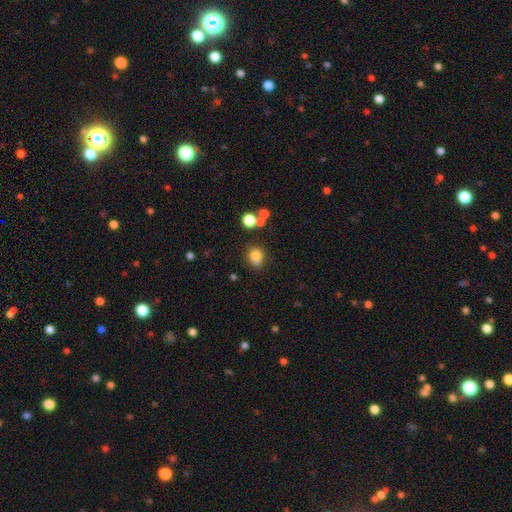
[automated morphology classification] This appears to be a smooth galaxy with no disk features (81%) that is round (65%). Merging: none (66%).